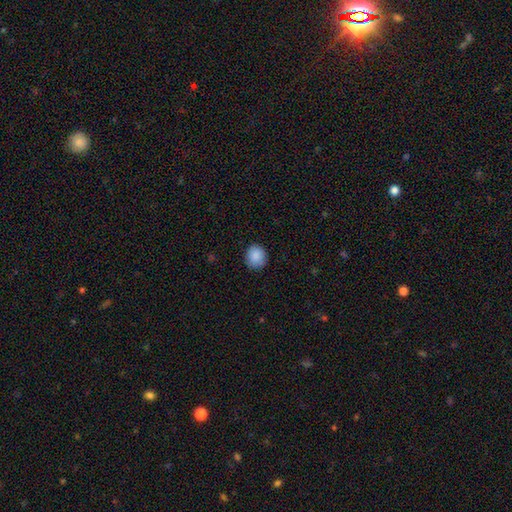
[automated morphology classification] Q: Smooth or featured?
A: smooth (88%); runner-up: star or artifact (8%)
Q: How rounded?
A: round (82%); runner-up: in between (17%)
Q: Merging?
A: none (86%); runner-up: minor disturbance (10%)